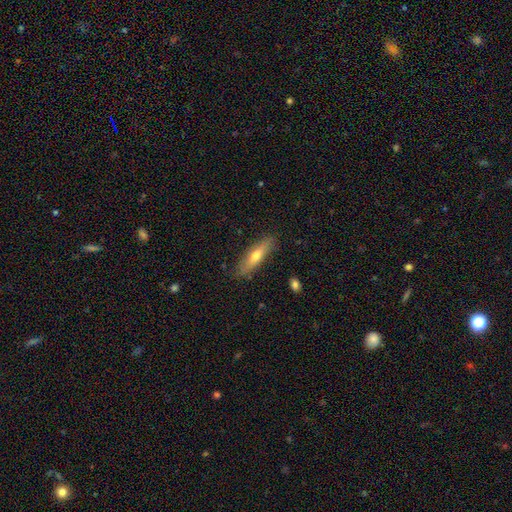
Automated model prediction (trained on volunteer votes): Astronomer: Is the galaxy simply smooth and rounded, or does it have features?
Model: smooth — 57% (runner-up: featured or disk, 36%).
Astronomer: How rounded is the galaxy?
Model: cigar-shaped — 66%.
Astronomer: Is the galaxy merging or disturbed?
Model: none — 85%.